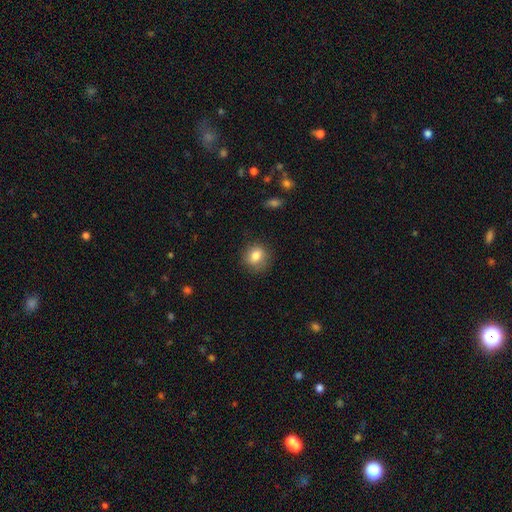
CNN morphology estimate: smooth_or_featured: smooth (p=0.82) [alt: star or artifact p=0.10]
how_rounded: round (p=0.77) [alt: in between p=0.22]
merging: none (p=0.83) [alt: minor disturbance p=0.13]